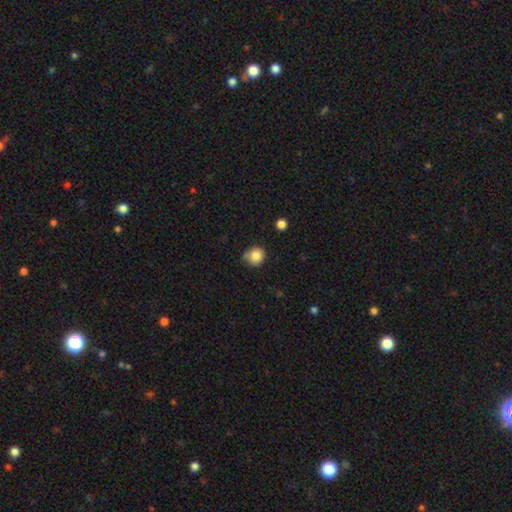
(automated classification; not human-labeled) Smooth or featured? Predicted: smooth (p=0.83). How rounded? Predicted: round (p=0.85). Merging? Predicted: none (p=0.65).